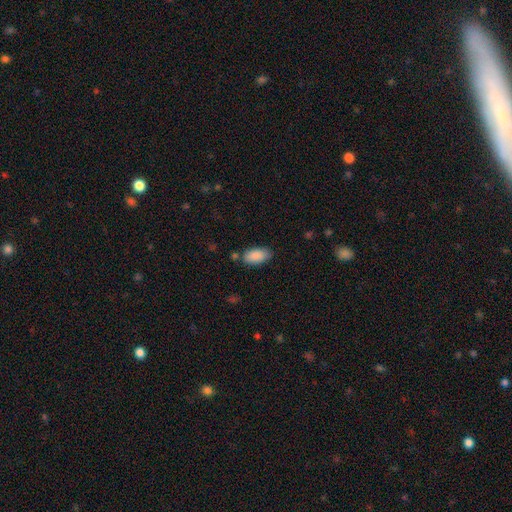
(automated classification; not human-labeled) The model was most divided on "merging": none: 77%, minor disturbance: 16%, merger: 4%, major disturbance: 3%. More confident: how rounded — in between (94%); smooth or featured — smooth (89%).